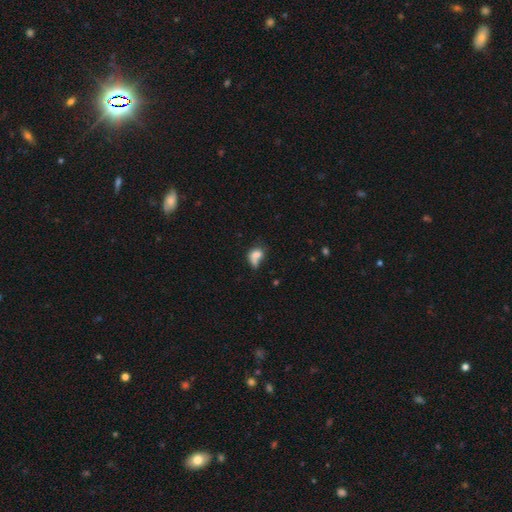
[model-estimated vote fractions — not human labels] A smooth galaxy with no disk features (71%) that is in between round and cigar-shaped (64%). Merging: merger (29%).